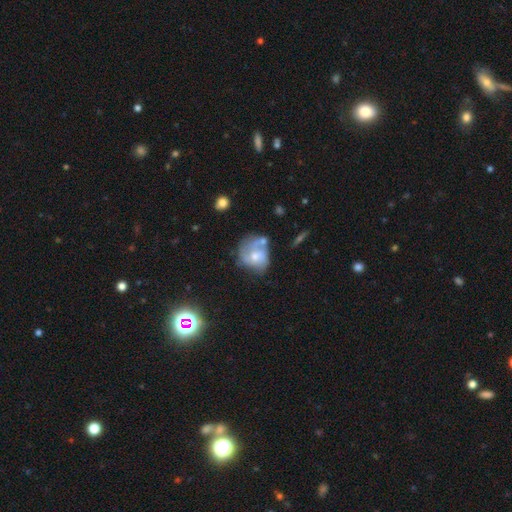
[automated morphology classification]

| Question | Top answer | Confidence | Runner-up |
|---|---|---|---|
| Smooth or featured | featured or disk | 49% | smooth (42%) |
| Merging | none | 34% | minor disturbance (24%) |